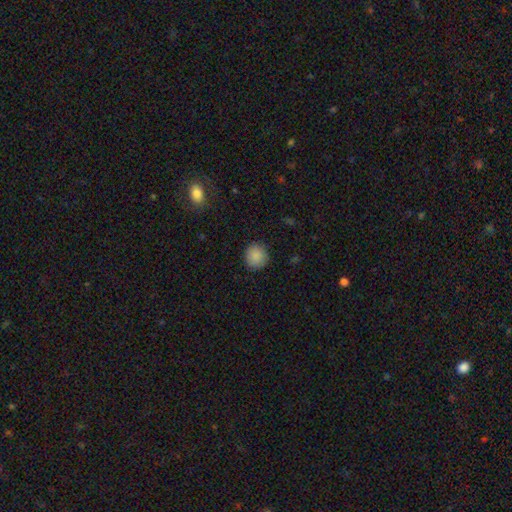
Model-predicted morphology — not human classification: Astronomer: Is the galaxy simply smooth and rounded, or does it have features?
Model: smooth — 88%.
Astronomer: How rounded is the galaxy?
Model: round — 90%.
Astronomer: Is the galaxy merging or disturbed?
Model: none — 89%.